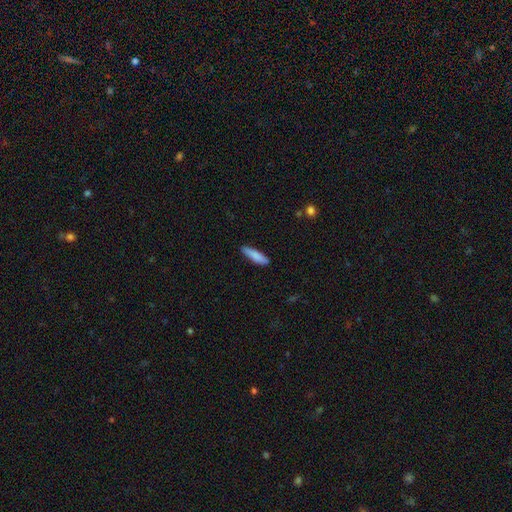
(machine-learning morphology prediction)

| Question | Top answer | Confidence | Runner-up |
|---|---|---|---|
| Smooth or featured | smooth | 84% | featured or disk (10%) |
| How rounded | cigar-shaped | 74% | in between (24%) |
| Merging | none | 85% | minor disturbance (12%) |